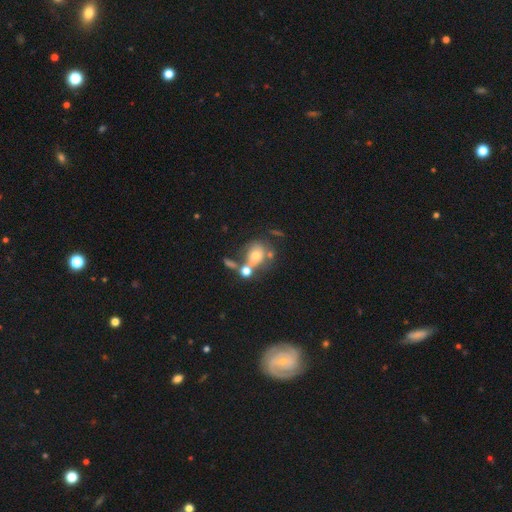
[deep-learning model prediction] Smooth or featured: smooth — 57% (featured or disk — 29%)
How rounded: round — 61% (in between — 37%)
Merging: merger — 38% (none — 35%)